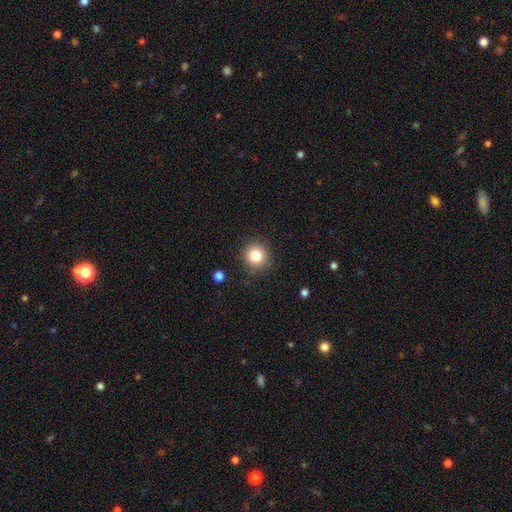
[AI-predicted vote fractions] smooth_or_featured: smooth (p=0.82) [alt: star or artifact p=0.11]
how_rounded: round (p=0.93) [alt: in between p=0.06]
merging: none (p=0.88) [alt: minor disturbance p=0.08]